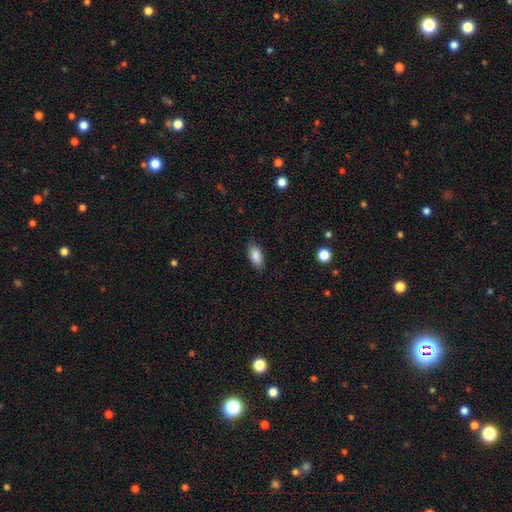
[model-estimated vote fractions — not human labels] smooth-or-featured: smooth: 87% | star or artifact: 7% | featured or disk: 6%
  how-rounded: in between: 90% | cigar-shaped: 7% | round: 3%
  merging: none: 84% | minor disturbance: 12% | major disturbance: 3% | merger: 1%